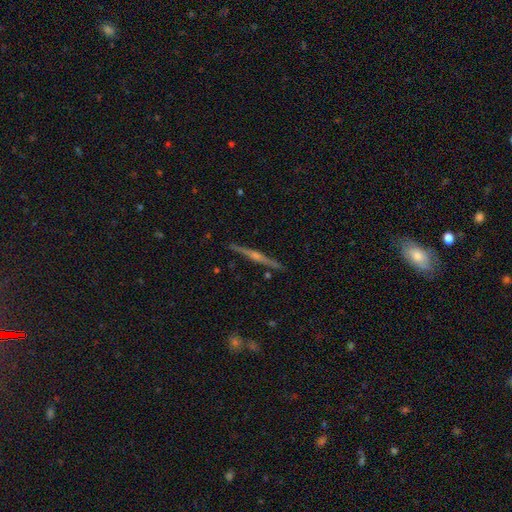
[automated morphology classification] A featured or disk galaxy (83%) viewed edge-on (98%) with a rounded central bulge (87%). Merging: none (91%).